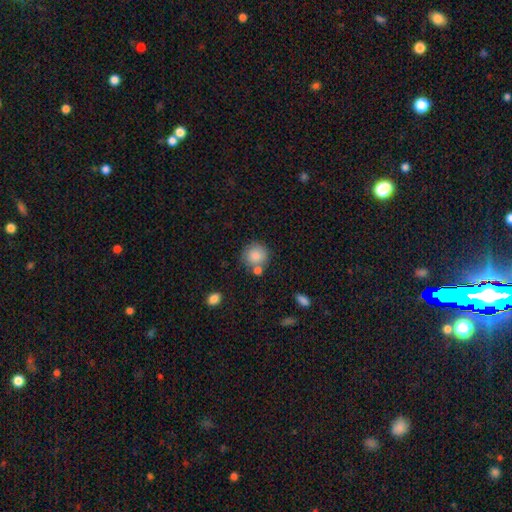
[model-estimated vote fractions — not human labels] The model was most divided on "merging": none: 69%, merger: 15%, minor disturbance: 12%, major disturbance: 4%. More confident: how rounded — round (90%); smooth or featured — smooth (85%).